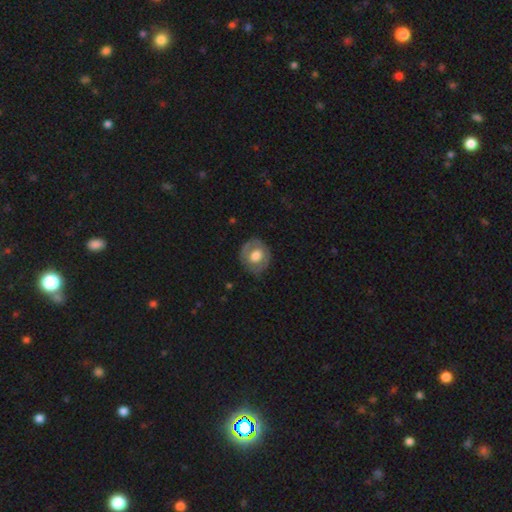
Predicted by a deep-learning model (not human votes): Smooth or featured? smooth (55%)
How rounded? round (72%)
Merging? none (77%)